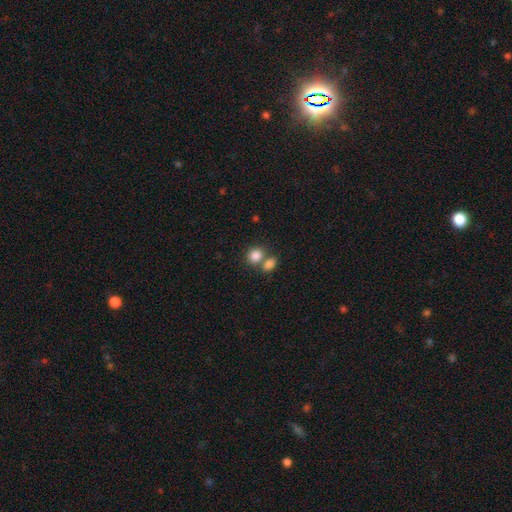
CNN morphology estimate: smooth_or_featured: smooth (p=0.84) [alt: star or artifact p=0.09]
how_rounded: round (p=0.61) [alt: in between p=0.38]
merging: merger (p=0.46) [alt: none p=0.43]